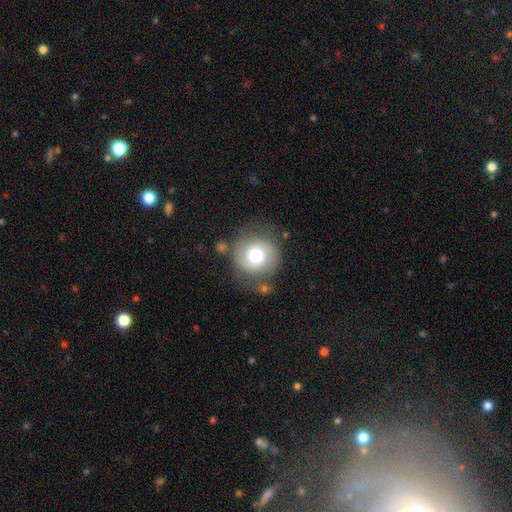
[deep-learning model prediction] smooth 49%, featured or disk 44%, star or artifact 7%. Down the decision tree: merging — none (69%).